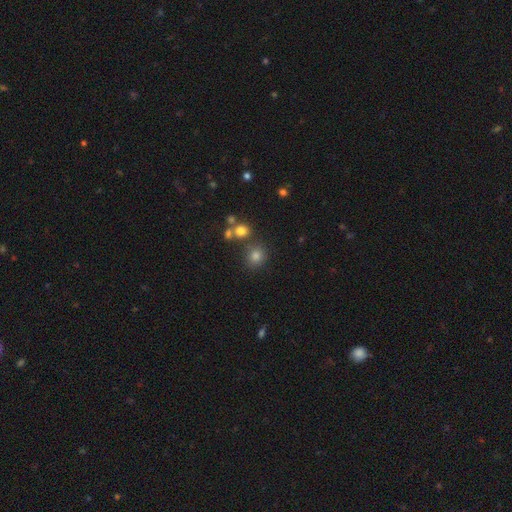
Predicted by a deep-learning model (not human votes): This is likely a smooth galaxy (76%). How rounded: clearly round (83%). Merging: likely none (72%).